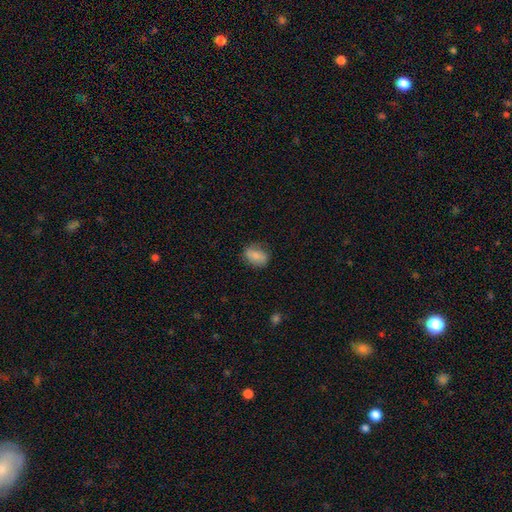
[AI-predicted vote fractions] Smooth or featured? Predicted: smooth (p=0.74). How rounded? Predicted: in between (p=0.70). Merging? Predicted: none (p=0.77).